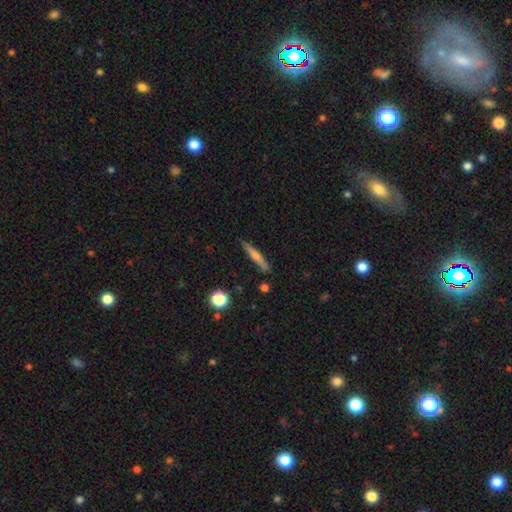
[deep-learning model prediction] featured or disk 50%, smooth 42%, star or artifact 8%. Down the decision tree: edge-on disk — yes (95%); merging — none (87%).